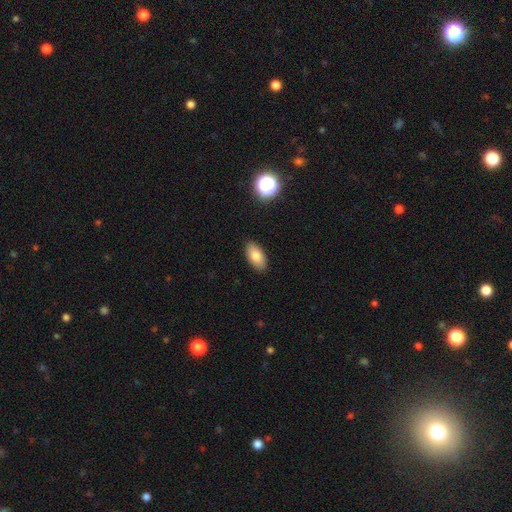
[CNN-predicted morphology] smooth-or-featured: smooth: 81% | featured or disk: 10% | star or artifact: 8%
  how-rounded: in between: 92% | cigar-shaped: 5% | round: 3%
  merging: none: 89% | minor disturbance: 8% | major disturbance: 2% | merger: 1%